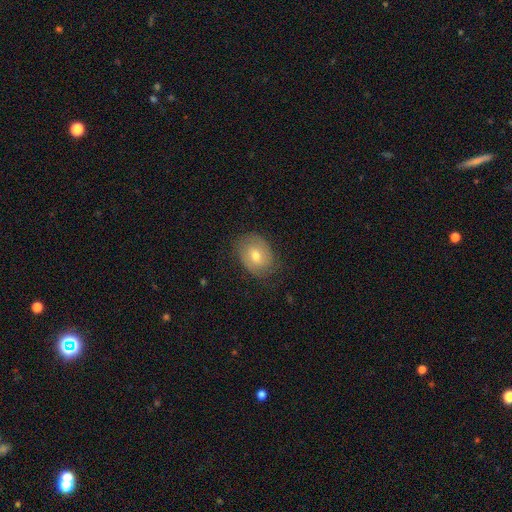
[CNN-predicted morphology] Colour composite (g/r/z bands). It shows a smooth galaxy with no disk features (58%) that is in between round and cigar-shaped (64%). Merging: none (73%).